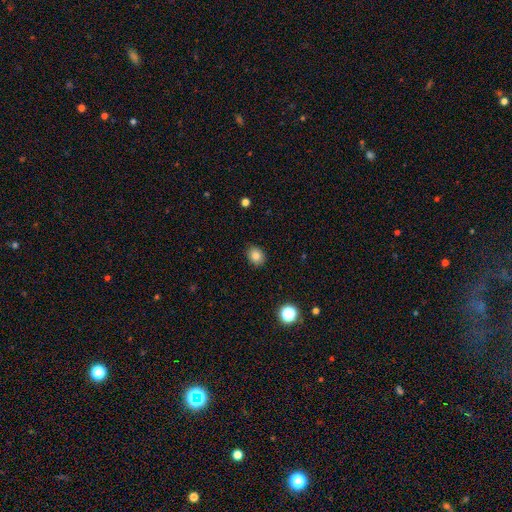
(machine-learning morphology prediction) smooth-or-featured: smooth: 83% | star or artifact: 11% | featured or disk: 6%
  how-rounded: round: 55% | in between: 44% | cigar-shaped: 1%
  merging: none: 88% | minor disturbance: 9% | major disturbance: 2% | merger: 1%